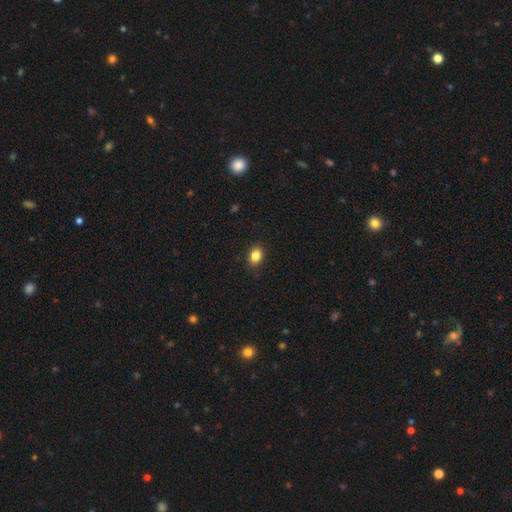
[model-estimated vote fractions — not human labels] Smooth or featured? smooth (86%)
How rounded? in between (65%)
Merging? none (86%)